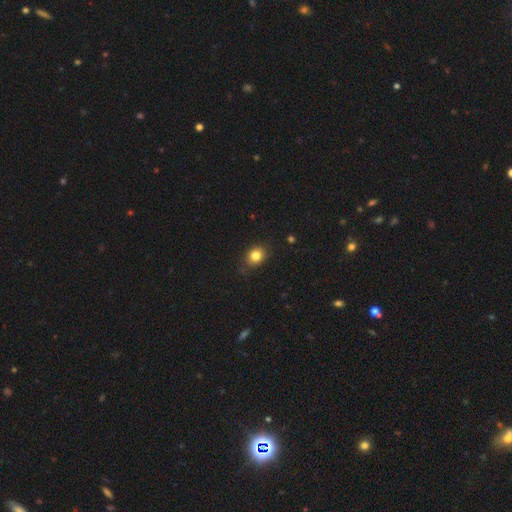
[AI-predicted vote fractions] Smooth or featured: smooth — 82% (star or artifact — 11%)
How rounded: round — 59% (in between — 40%)
Merging: none — 80% (minor disturbance — 15%)